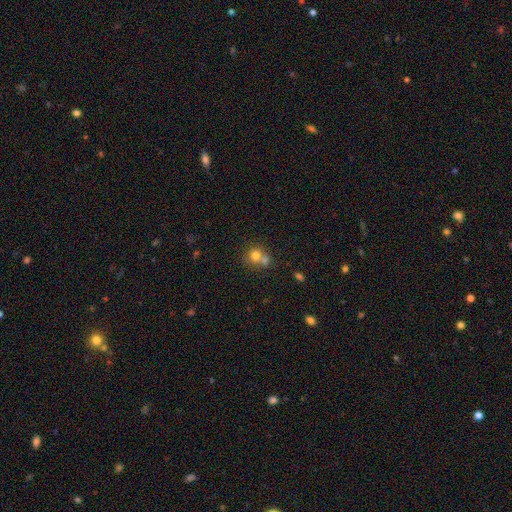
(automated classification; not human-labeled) Morphology: type=smooth (74%); roundness=round (82%); merging=merger (52%).